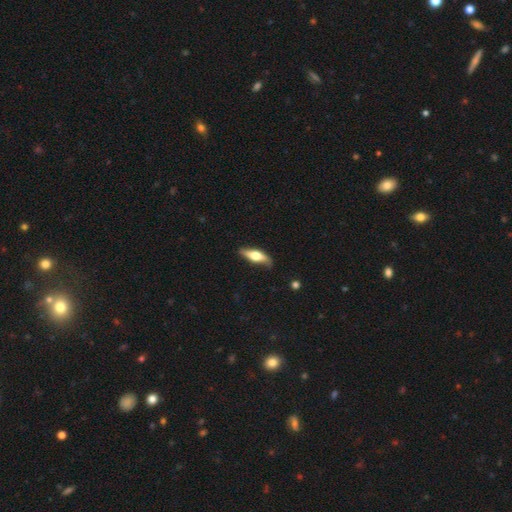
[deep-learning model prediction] This appears to be a smooth galaxy with no disk features (48%). Merging: none (73%).